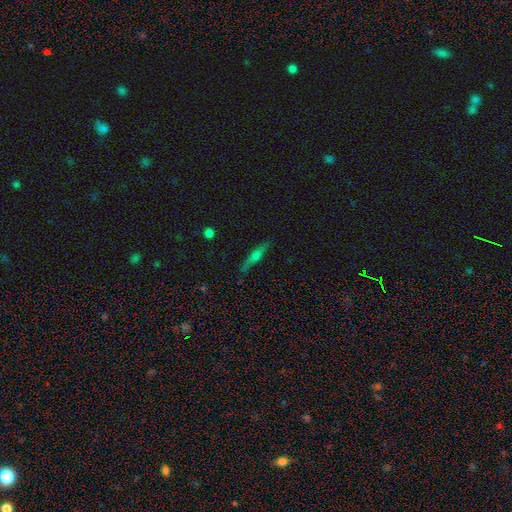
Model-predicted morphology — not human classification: Overall: featured or disk (46%; smooth 44%). Merging: none (82%).